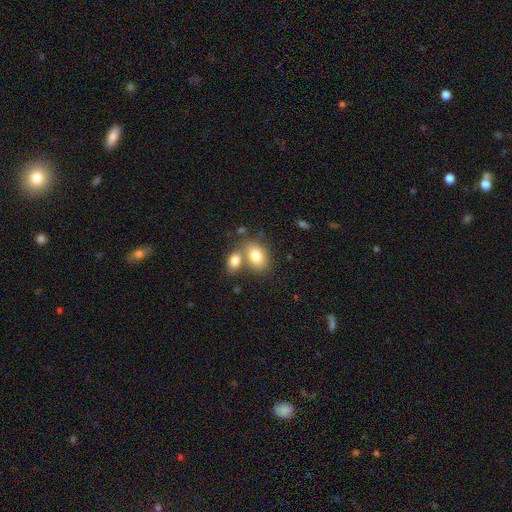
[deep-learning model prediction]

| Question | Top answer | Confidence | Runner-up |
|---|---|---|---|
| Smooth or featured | smooth | 79% | featured or disk (13%) |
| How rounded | in between | 81% | round (18%) |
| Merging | merger | 47% | none (41%) |